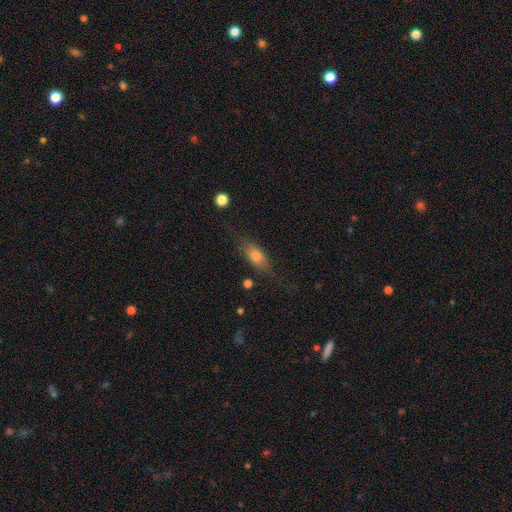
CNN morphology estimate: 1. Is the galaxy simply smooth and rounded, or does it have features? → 62% smooth, 27% featured or disk, 10% star or artifact.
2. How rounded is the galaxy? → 63% in between, 32% cigar-shaped, 6% round.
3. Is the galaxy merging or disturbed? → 65% none, 21% minor disturbance, 11% major disturbance, 2% merger.